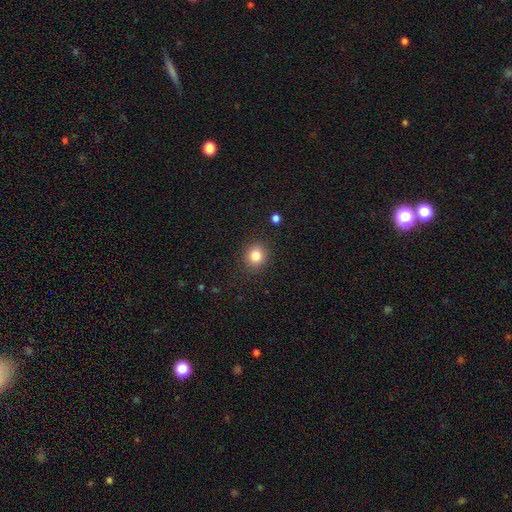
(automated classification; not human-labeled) smooth_or_featured: smooth (p=0.84) [alt: star or artifact p=0.10]
how_rounded: round (p=0.80) [alt: in between p=0.20]
merging: none (p=0.88) [alt: minor disturbance p=0.08]